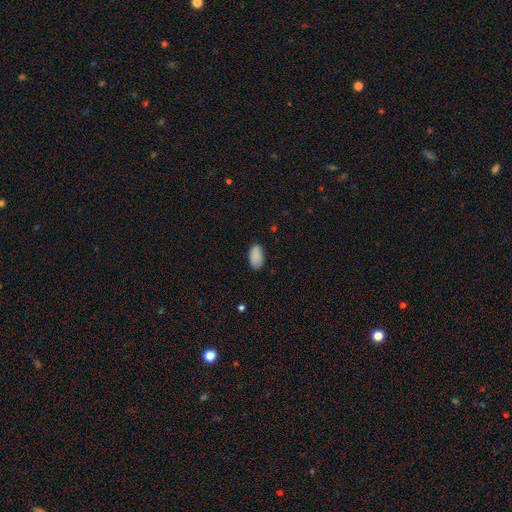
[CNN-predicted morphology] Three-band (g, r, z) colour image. It shows a smooth galaxy with no disk features (88%) that is in between round and cigar-shaped (94%). Merging: none (81%).